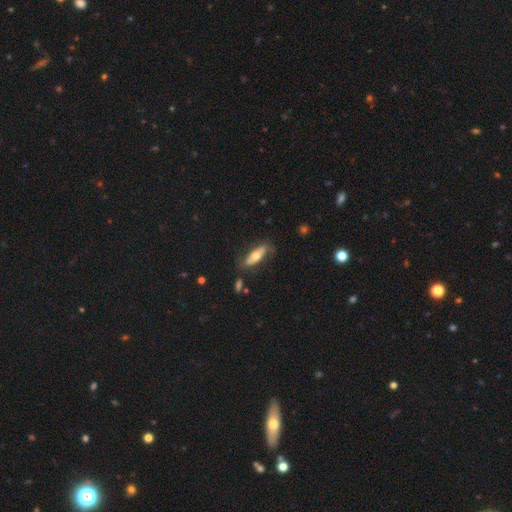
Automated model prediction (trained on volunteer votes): Smooth or featured: smooth — 54% (featured or disk — 41%)
How rounded: in between — 52% (cigar-shaped — 46%)
Merging: none — 72% (minor disturbance — 19%)